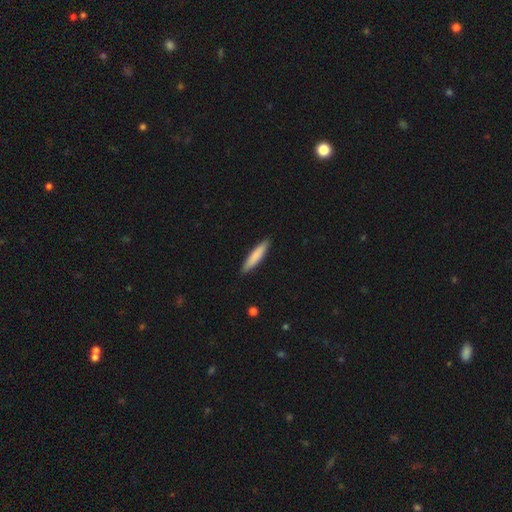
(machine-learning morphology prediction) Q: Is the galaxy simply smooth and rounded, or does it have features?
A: smooth — 82%.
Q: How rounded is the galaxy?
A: cigar-shaped — 87%.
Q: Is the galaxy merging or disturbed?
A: none — 90%.